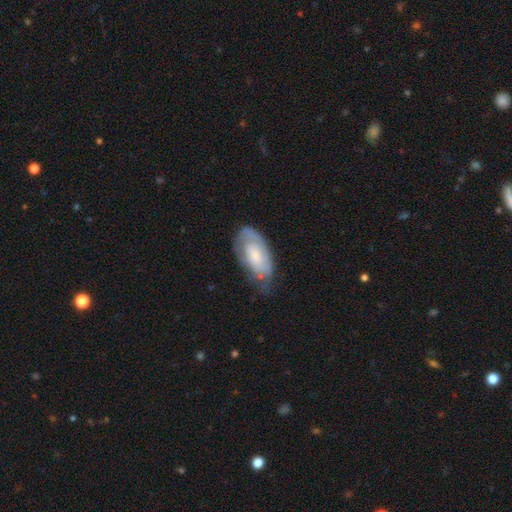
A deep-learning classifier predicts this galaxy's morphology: smooth-or-featured: smooth: 47% | featured or disk: 46% | star or artifact: 6%
  merging: none: 51% | minor disturbance: 34% | major disturbance: 13% | merger: 2%